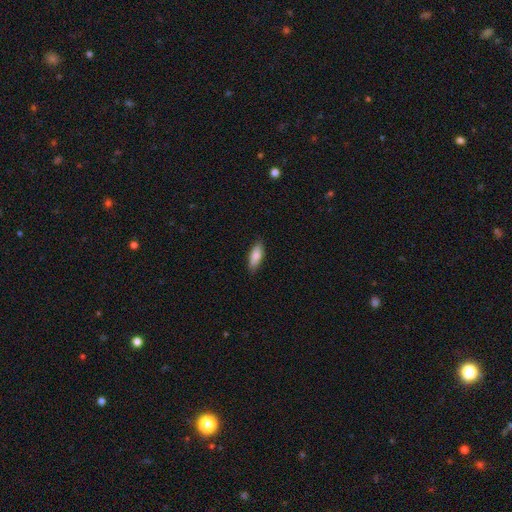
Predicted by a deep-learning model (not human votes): smooth 84%, featured or disk 10%, star or artifact 6%. Down the decision tree: how rounded — in between (71%); merging — none (85%).